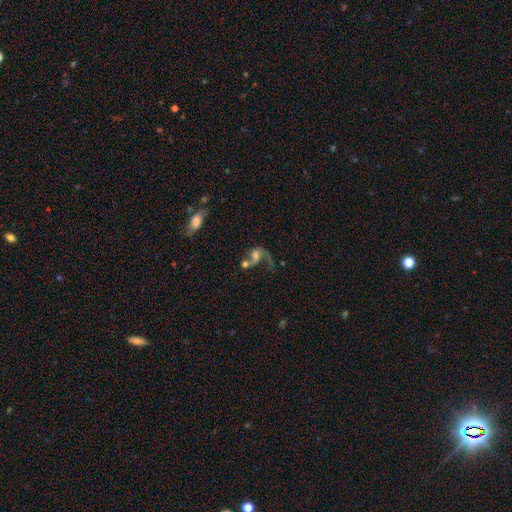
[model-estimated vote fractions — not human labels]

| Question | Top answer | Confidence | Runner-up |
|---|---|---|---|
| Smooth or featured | featured or disk | 57% | smooth (30%) |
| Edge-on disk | no | 96% | yes (4%) |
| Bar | no | 66% | weak (27%) |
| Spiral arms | yes | 73% | no (27%) |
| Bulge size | moderate | 32% | small (24%) |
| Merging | merger | 46% | major disturbance (25%) |